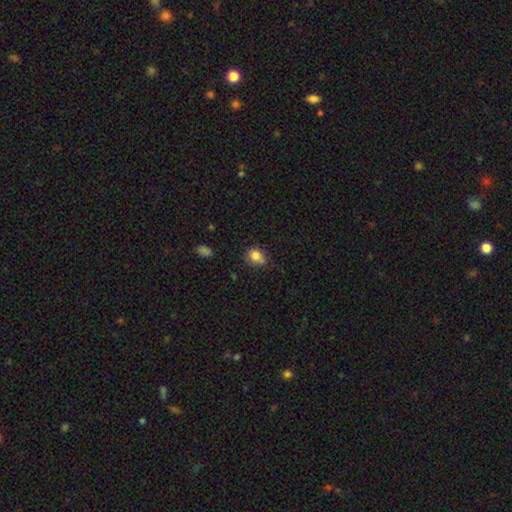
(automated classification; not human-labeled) This appears to be a smooth galaxy with no disk features (81%) that is round (52%). Merging: none (56%).